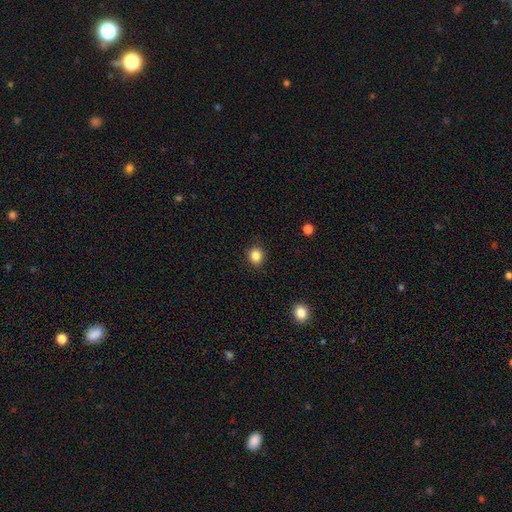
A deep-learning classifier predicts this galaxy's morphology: The model was most divided on "how rounded": round: 84%, in between: 15%, cigar-shaped: 1%. More confident: merging — none (91%); smooth or featured — smooth (85%).